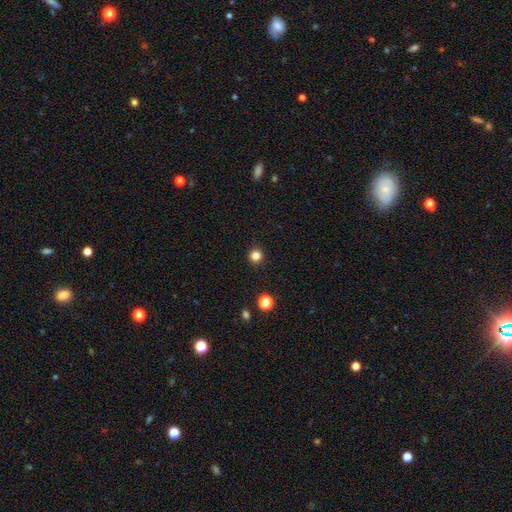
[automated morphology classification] A smooth galaxy with no disk features (83%) that is round (95%). Merging: none (93%).